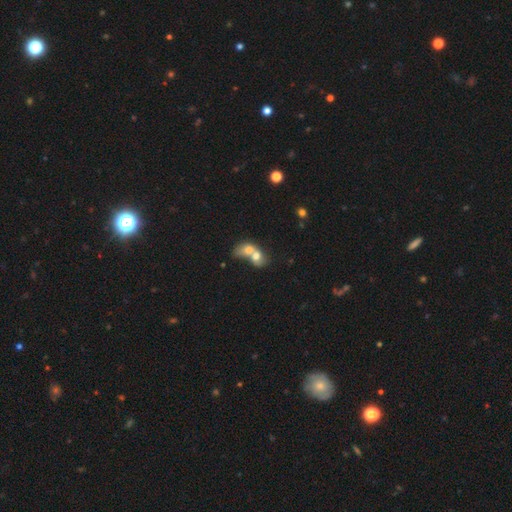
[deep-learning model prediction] Smooth or featured: smooth — 66% (featured or disk — 26%)
How rounded: in between — 57% (round — 41%)
Merging: merger — 83% (none — 9%)